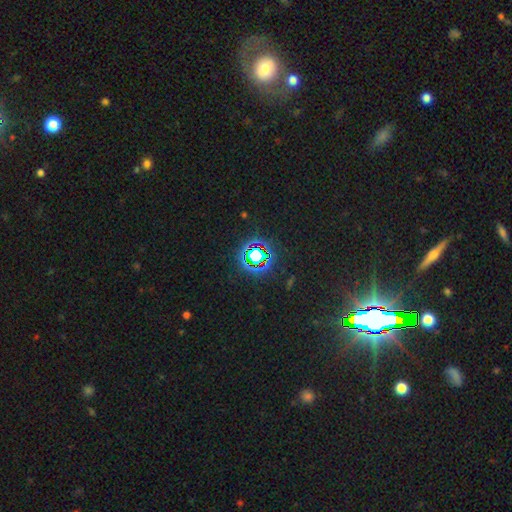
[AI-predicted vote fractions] smooth_or_featured: star or artifact (p=0.73) [alt: smooth p=0.16]